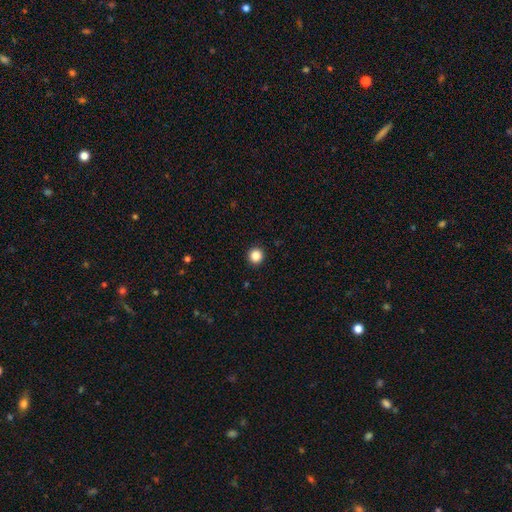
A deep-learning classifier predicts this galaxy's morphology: A smooth galaxy with no disk features (87%) that is round (95%).

Vote fractions:
- Smooth or featured? smooth: 87% / star or artifact: 10% / featured or disk: 3%
- How rounded? round: 95% / in between: 4% / cigar-shaped: 1%
- Merging? none: 93% / minor disturbance: 4% / major disturbance: 2% / merger: 1%